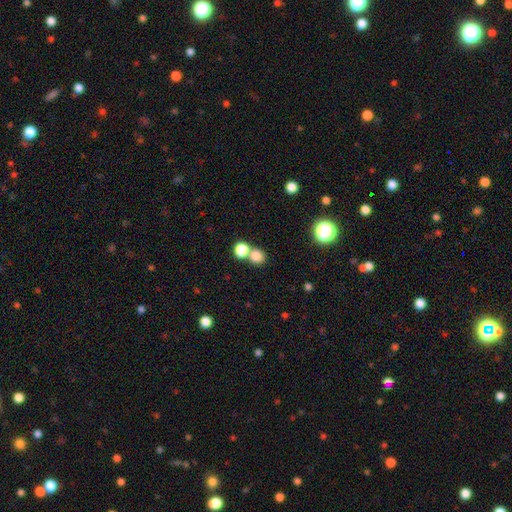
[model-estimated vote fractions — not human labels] smooth_or_featured: smooth (p=0.80) [alt: star or artifact p=0.13]
how_rounded: round (p=0.83) [alt: in between p=0.16]
merging: none (p=0.51) [alt: merger p=0.39]